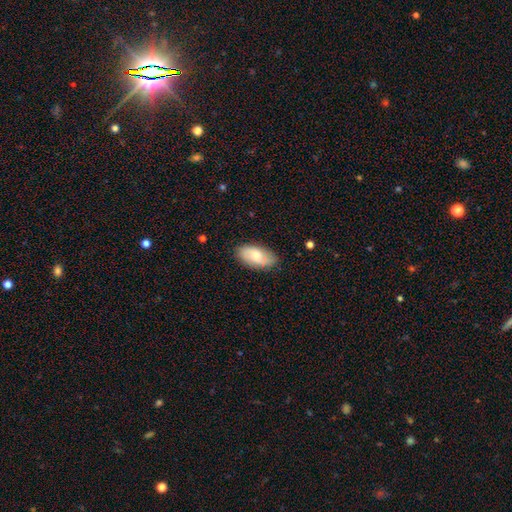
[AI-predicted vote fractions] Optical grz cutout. It shows a smooth galaxy with no disk features (61%) that is in between round and cigar-shaped (93%). Merging: none (83%).